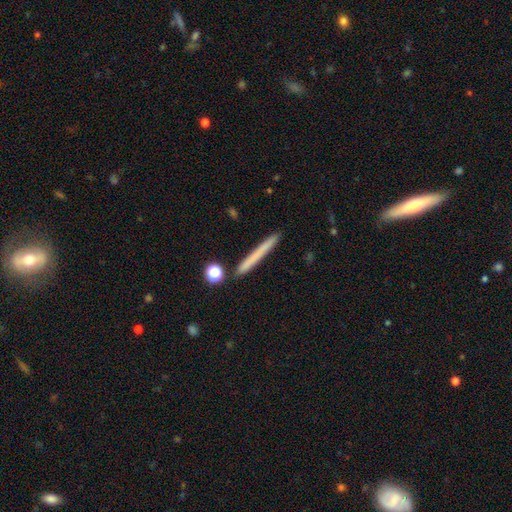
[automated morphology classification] Smooth or featured? Predicted: smooth (p=0.64). How rounded? Predicted: cigar-shaped (p=0.97). Merging? Predicted: none (p=0.88).